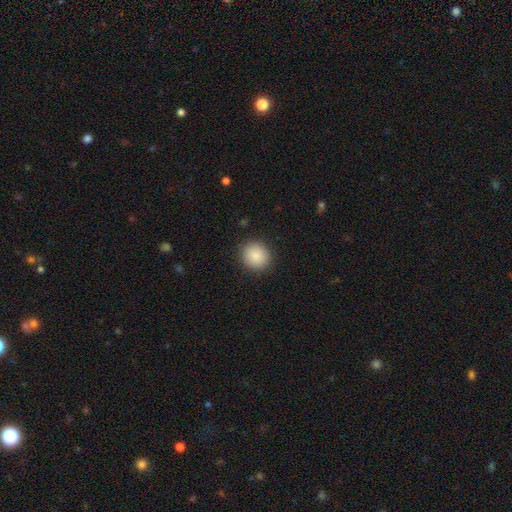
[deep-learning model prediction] This is clearly a smooth galaxy (88%). How rounded: clearly round (86%). Merging: clearly none (90%).